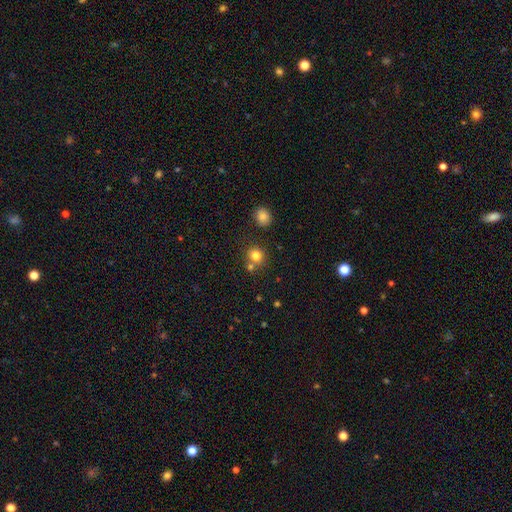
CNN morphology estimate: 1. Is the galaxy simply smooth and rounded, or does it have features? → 79% smooth, 13% star or artifact, 7% featured or disk.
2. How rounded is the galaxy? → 87% round, 12% in between, 1% cigar-shaped.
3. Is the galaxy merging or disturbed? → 68% none, 21% merger, 8% minor disturbance, 3% major disturbance.